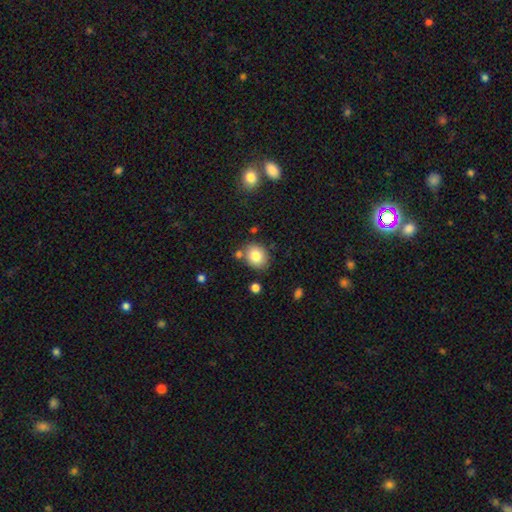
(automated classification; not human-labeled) smooth_or_featured: smooth (p=0.81) [alt: star or artifact p=0.10]
how_rounded: round (p=0.64) [alt: in between p=0.35]
merging: none (p=0.77) [alt: minor disturbance p=0.12]